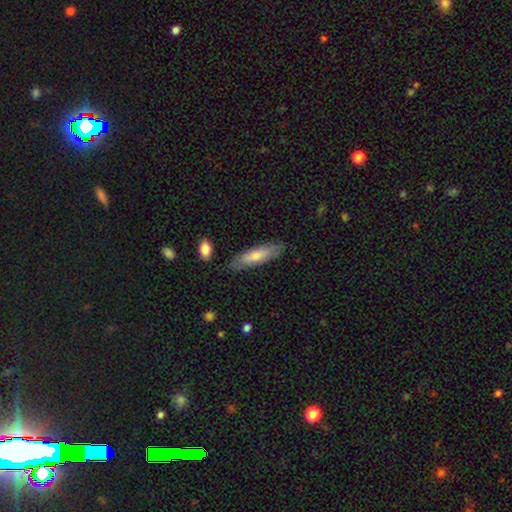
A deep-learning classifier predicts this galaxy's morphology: Smooth or featured? Predicted: smooth (p=0.68). How rounded? Predicted: cigar-shaped (p=0.68). Merging? Predicted: none (p=0.84).